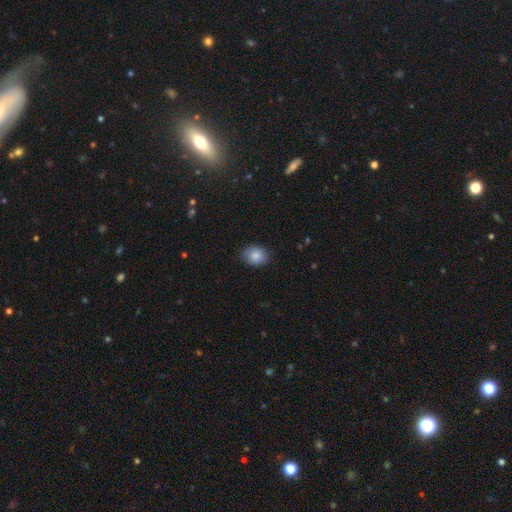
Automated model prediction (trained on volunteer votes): A smooth galaxy with no disk features (83%) that is in between round and cigar-shaped (50%). Merging: none (77%).